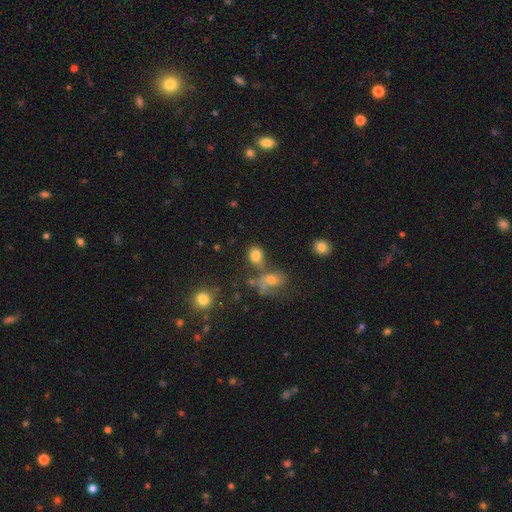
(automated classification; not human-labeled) smooth-or-featured: smooth: 79% | star or artifact: 12% | featured or disk: 9%
  how-rounded: round: 52% | in between: 46% | cigar-shaped: 1%
  merging: none: 55% | merger: 24% | minor disturbance: 14% | major disturbance: 7%